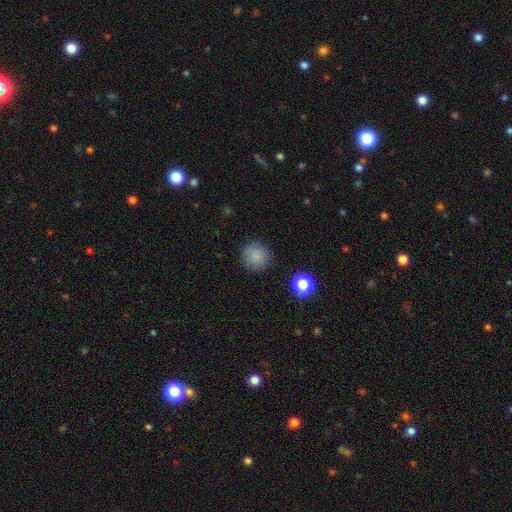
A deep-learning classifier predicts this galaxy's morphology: Smooth or featured? smooth (83%)
How rounded? round (93%)
Merging? none (88%)